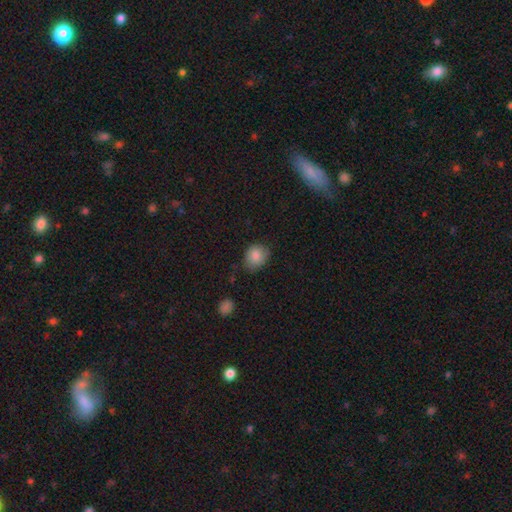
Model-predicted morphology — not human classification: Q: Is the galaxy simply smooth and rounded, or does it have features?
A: smooth — 86%.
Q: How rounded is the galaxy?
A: round — 59%.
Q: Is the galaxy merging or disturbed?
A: none — 72%.